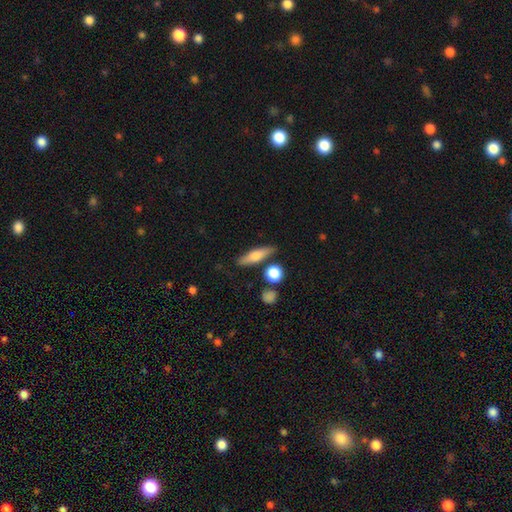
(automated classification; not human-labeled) A smooth galaxy with no disk features (60%) that is cigar-shaped (62%). Merging: none (79%).